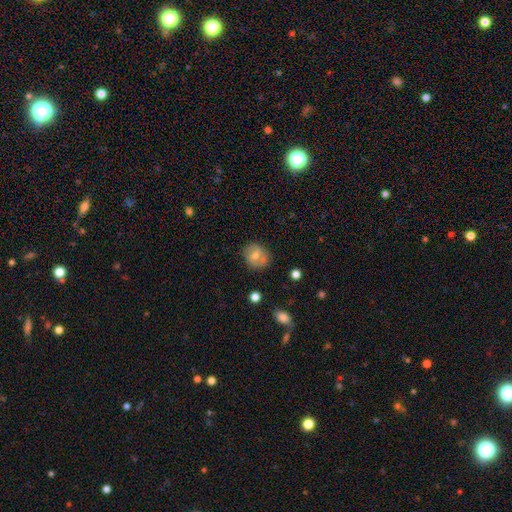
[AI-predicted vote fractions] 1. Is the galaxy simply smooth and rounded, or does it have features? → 68% smooth, 22% featured or disk, 9% star or artifact.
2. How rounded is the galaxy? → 74% round, 25% in between, 1% cigar-shaped.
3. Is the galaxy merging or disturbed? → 71% none, 17% minor disturbance, 8% merger, 4% major disturbance.